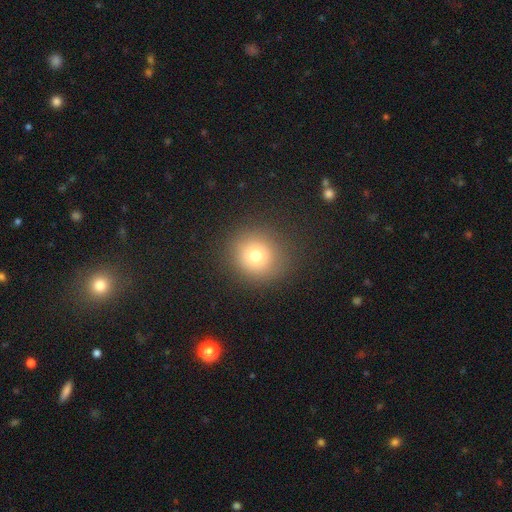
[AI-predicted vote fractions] smooth-or-featured: smooth: 74% | star or artifact: 15% | featured or disk: 12%
  how-rounded: round: 90% | in between: 9% | cigar-shaped: 1%
  merging: none: 87% | minor disturbance: 8% | major disturbance: 4% | merger: 1%